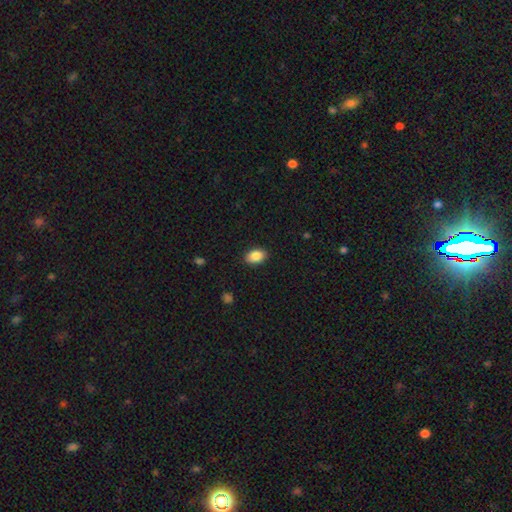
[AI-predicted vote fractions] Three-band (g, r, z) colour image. It shows a smooth galaxy with no disk features (87%) that is in between round and cigar-shaped (86%). Merging: none (89%).